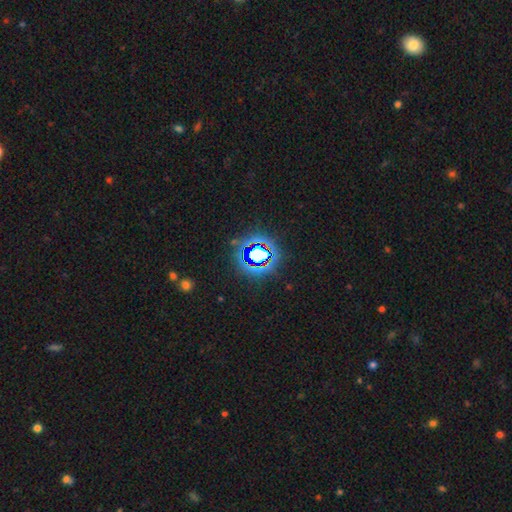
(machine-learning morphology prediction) Overall: star or artifact (81%).